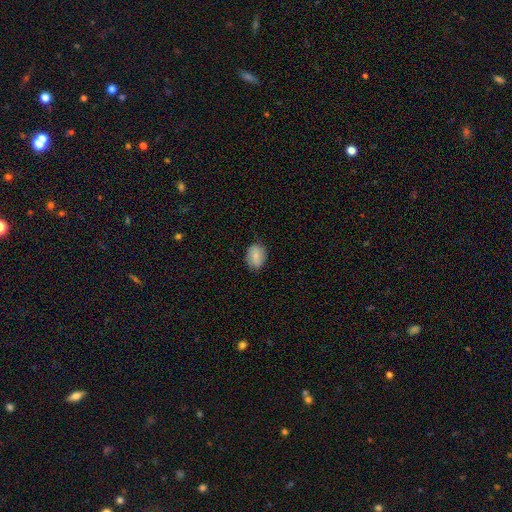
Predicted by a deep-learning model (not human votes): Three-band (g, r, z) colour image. It shows a smooth galaxy with no disk features (81%) that is in between round and cigar-shaped (73%). Merging: none (78%).